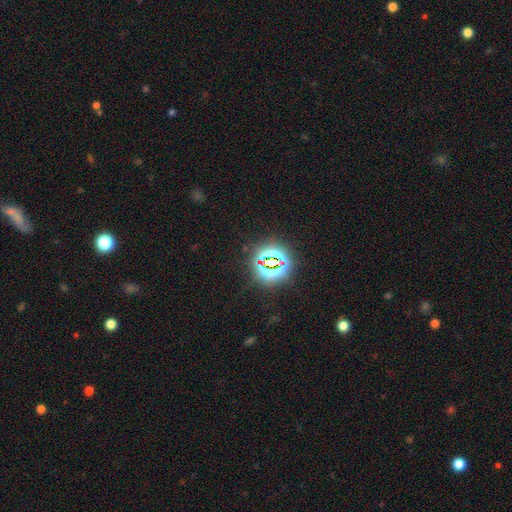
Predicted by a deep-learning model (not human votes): Morphology: type=star or artifact (79%).